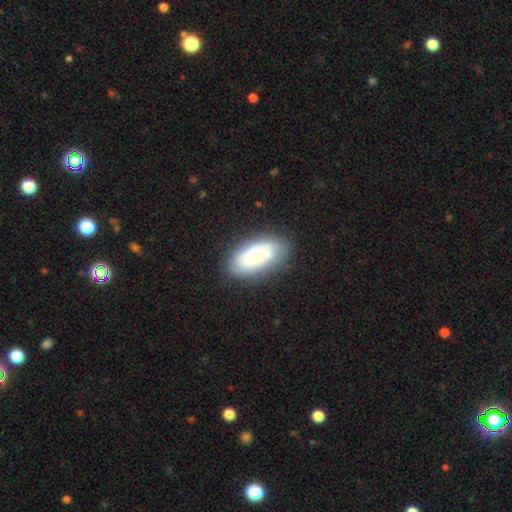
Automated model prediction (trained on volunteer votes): Smooth or featured?
  - smooth: 69% *
  - featured or disk: 23%
  - star or artifact: 8%
How rounded?
  - in between: 90% *
  - cigar-shaped: 7%
  - round: 3%
Merging?
  - none: 71% *
  - minor disturbance: 19%
  - major disturbance: 6%
  - merger: 4%